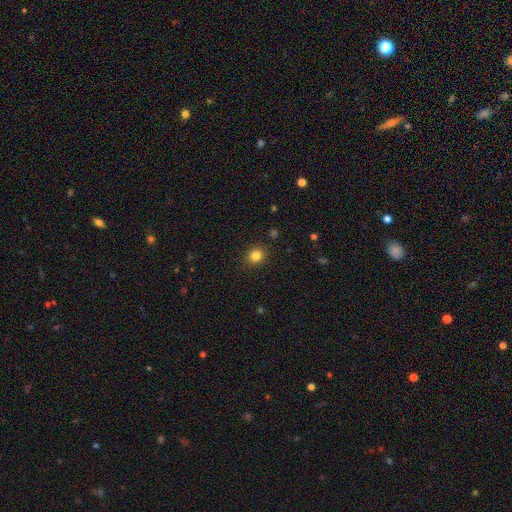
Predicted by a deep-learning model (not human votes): This appears to be a smooth galaxy with no disk features (83%) that is round (77%). Merging: none (90%).